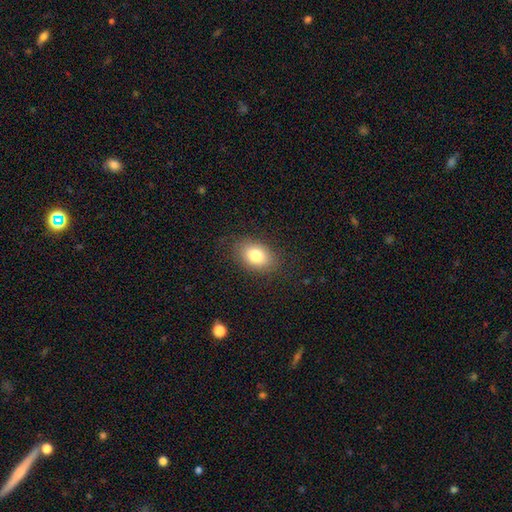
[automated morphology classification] Overall: smooth (80%). How rounded: in between (81%). Merging: none (83%).